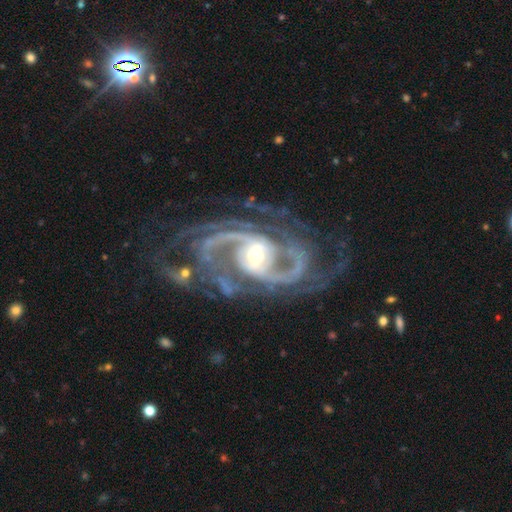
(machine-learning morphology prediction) Smooth or featured? Predicted: featured or disk (p=0.93). Edge-on disk? Predicted: no (p=0.98). Bar? Predicted: strong (p=0.43). Spiral arms? Predicted: yes (p=0.98). Spiral winding? Predicted: medium (p=0.52). Spiral arm count? Predicted: 2 (p=0.67). Bulge size? Predicted: moderate (p=0.49). Merging? Predicted: none (p=0.56).